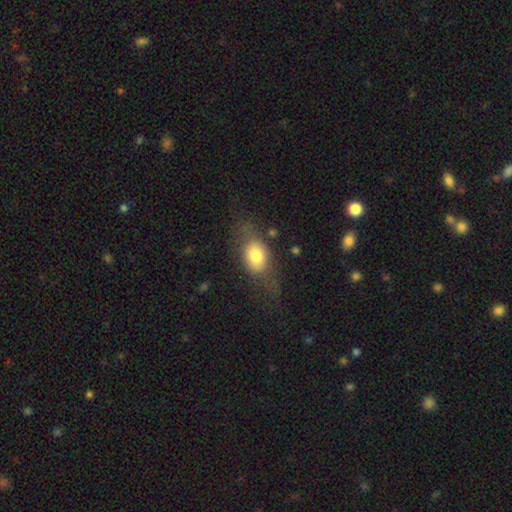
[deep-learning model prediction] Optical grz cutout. It shows a smooth galaxy with no disk features (71%) that is in between round and cigar-shaped (73%). Merging: none (48%).